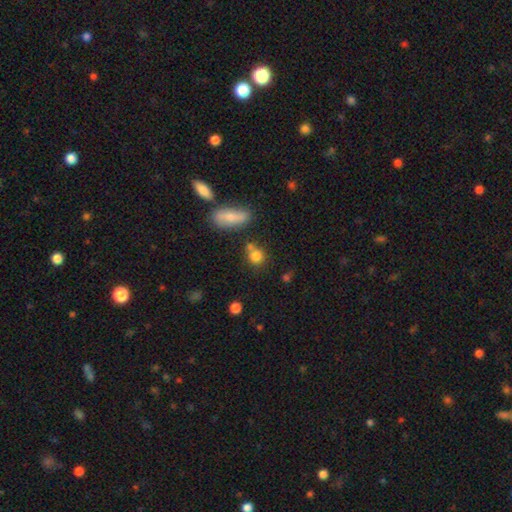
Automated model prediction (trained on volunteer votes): This is likely a smooth galaxy (79%). How rounded: likely round (72%). Merging: possibly none (55%).